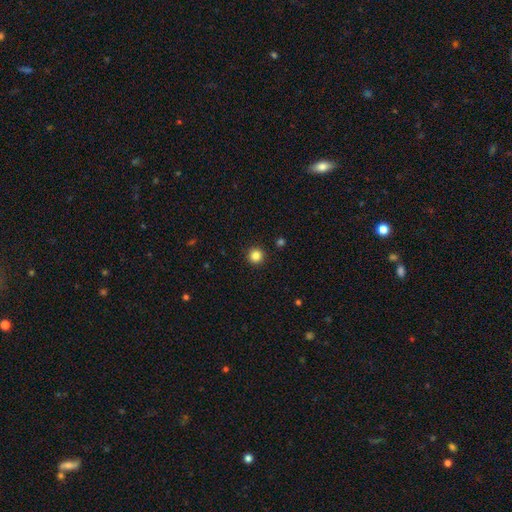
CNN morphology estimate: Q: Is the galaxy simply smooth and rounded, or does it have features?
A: smooth — 85%.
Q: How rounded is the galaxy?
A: round — 96%.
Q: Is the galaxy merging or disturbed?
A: none — 93%.